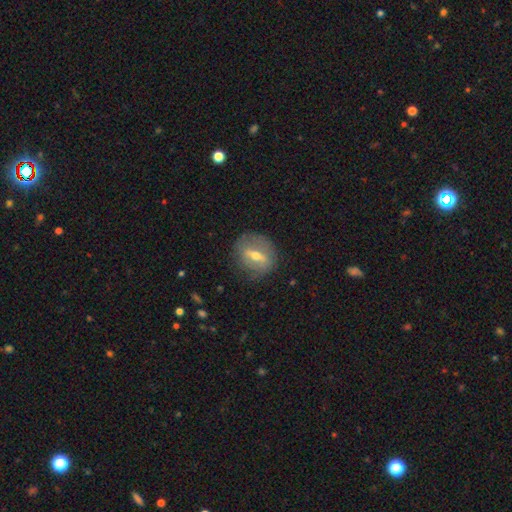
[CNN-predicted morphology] type=featured or disk (56%); edge-on=no (80%); merging=none (77%).